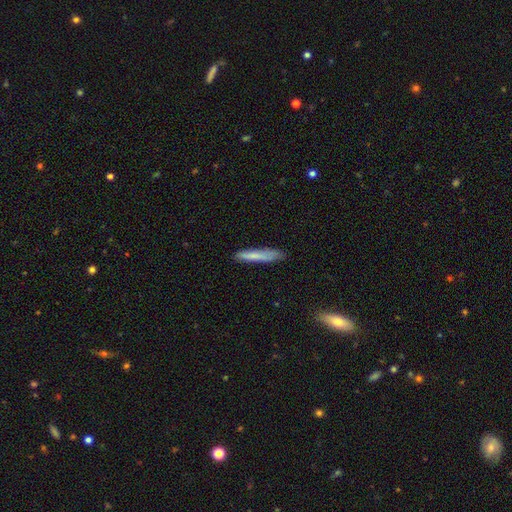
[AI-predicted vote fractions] This is likely a smooth galaxy (74%). How rounded: clearly cigar-shaped (92%). Merging: likely none (80%).